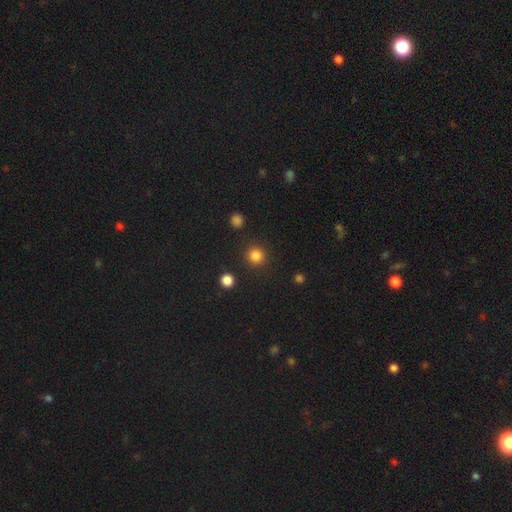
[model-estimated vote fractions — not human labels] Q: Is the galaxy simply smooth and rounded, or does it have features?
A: smooth — 84%.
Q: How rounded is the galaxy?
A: round — 94%.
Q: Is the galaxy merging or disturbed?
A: none — 91%.